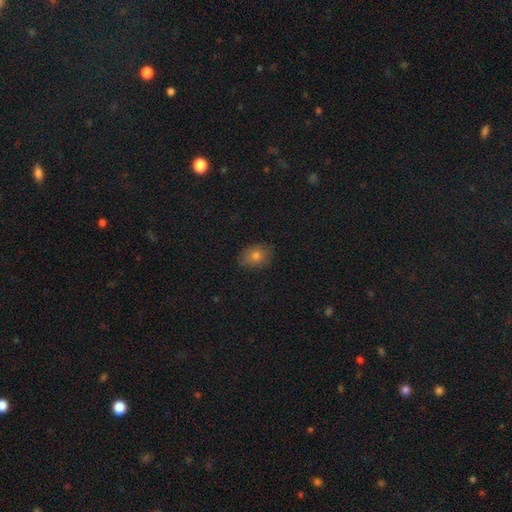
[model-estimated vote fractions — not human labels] The model was most divided on "how rounded": in between: 59%, round: 40%, cigar-shaped: 1%. More confident: merging — none (81%); smooth or featured — smooth (77%).